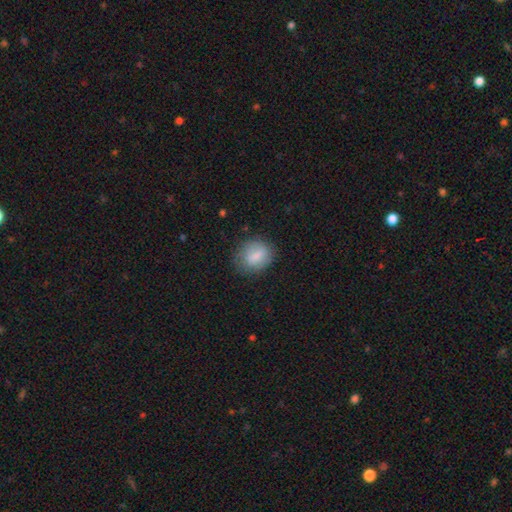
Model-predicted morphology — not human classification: smooth-or-featured: smooth: 77% | featured or disk: 15% | star or artifact: 8%
  how-rounded: in between: 51% | round: 48% | cigar-shaped: 2%
  merging: none: 70% | minor disturbance: 21% | major disturbance: 7% | merger: 2%